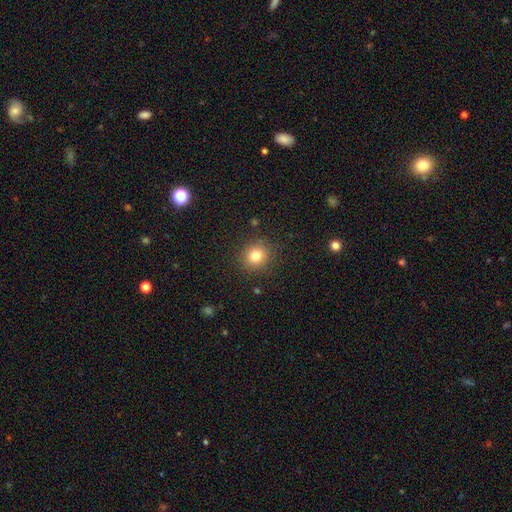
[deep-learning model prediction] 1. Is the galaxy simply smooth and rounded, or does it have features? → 80% smooth, 13% star or artifact, 8% featured or disk.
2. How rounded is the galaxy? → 87% round, 12% in between, 1% cigar-shaped.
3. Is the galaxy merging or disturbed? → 88% none, 8% minor disturbance, 3% major disturbance, 1% merger.